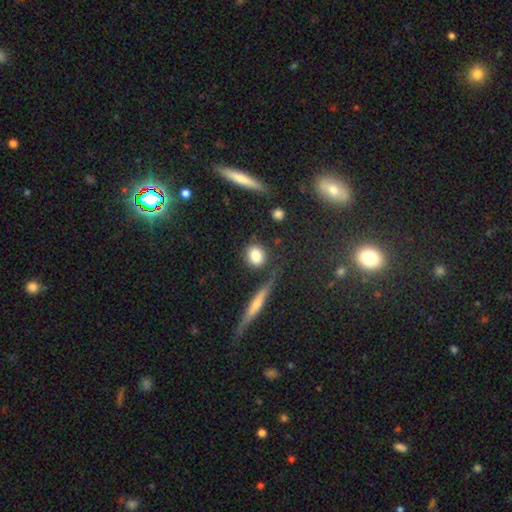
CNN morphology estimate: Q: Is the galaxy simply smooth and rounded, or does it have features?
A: smooth — 83%.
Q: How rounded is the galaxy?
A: round — 65%.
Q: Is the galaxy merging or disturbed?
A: none — 77%.